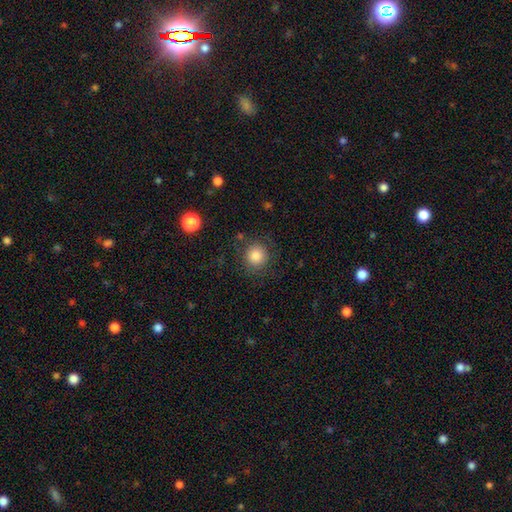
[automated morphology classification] type=smooth (83%); roundness=round (92%); merging=none (82%).